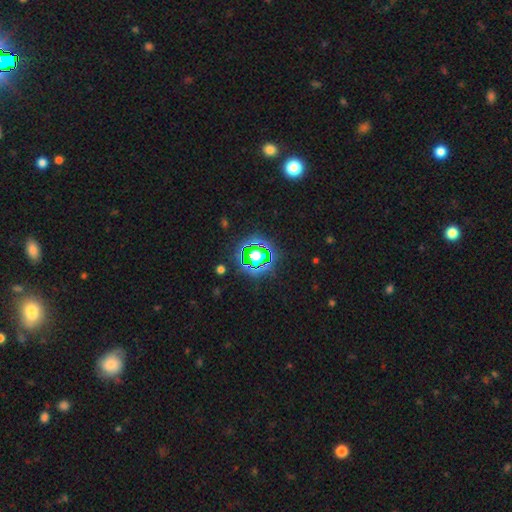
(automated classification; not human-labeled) Smooth or featured? star or artifact (61%)